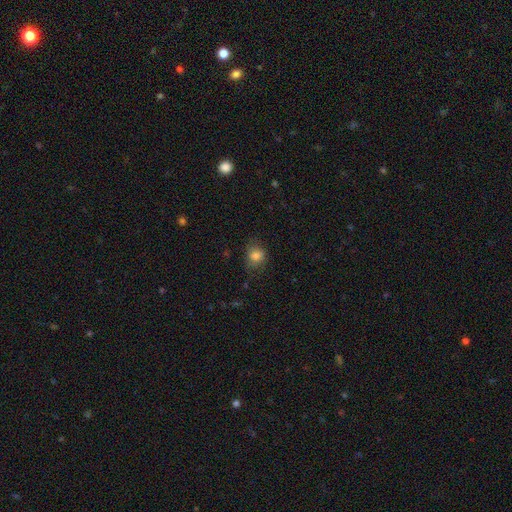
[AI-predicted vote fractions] smooth 80%, star or artifact 11%, featured or disk 9%. Down the decision tree: how rounded — round (61%); merging — none (70%).